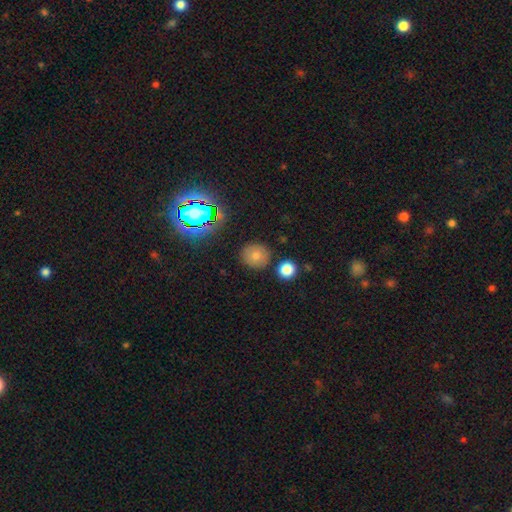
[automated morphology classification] This is likely a smooth galaxy (72%). How rounded: clearly round (89%). Merging: clearly none (84%).